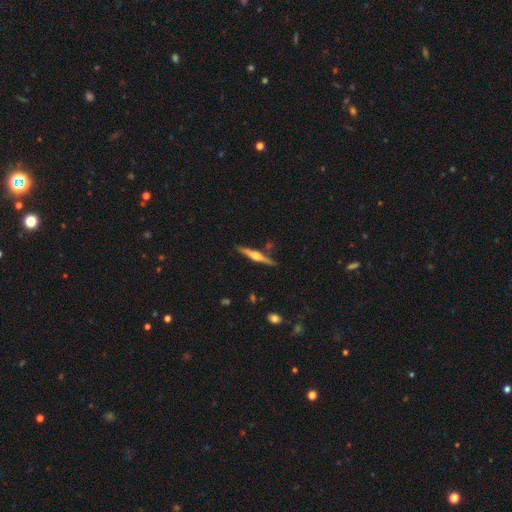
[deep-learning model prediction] Q: Smooth or featured?
A: featured or disk (77%); runner-up: smooth (18%)
Q: Edge-on disk?
A: yes (98%); runner-up: no (2%)
Q: Edge-on bulge?
A: rounded (93%); runner-up: boxy (4%)
Q: Merging?
A: none (87%); runner-up: minor disturbance (8%)